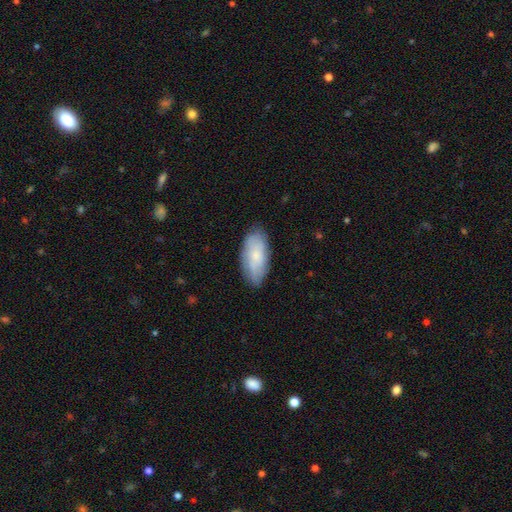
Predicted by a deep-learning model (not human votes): Morphology: type=smooth (61%); roundness=in between (91%); merging=none (79%).